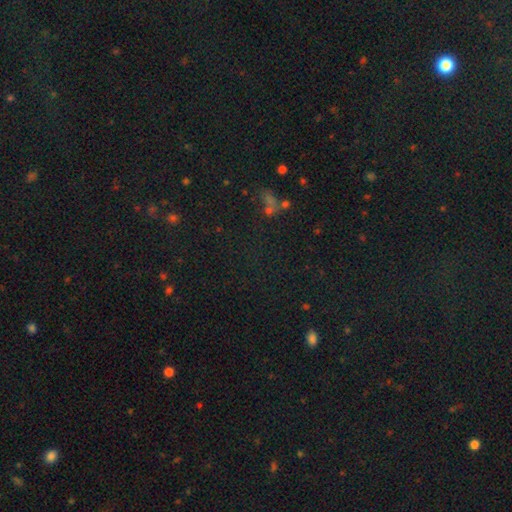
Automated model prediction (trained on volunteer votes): This appears to be a star or artifact, not a galaxy (73%).